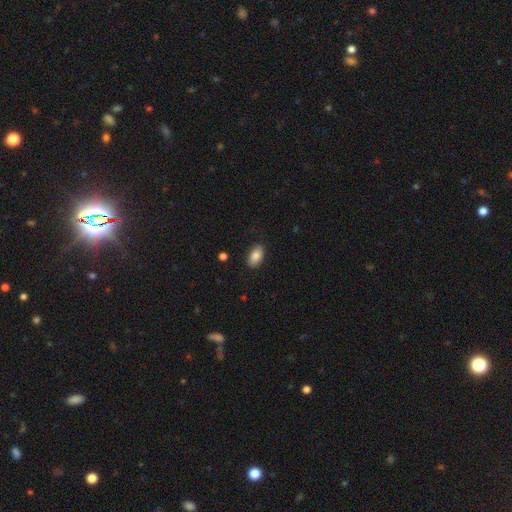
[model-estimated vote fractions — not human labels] Smooth or featured: smooth — 87% (star or artifact — 7%)
How rounded: in between — 93% (round — 6%)
Merging: none — 86% (minor disturbance — 11%)